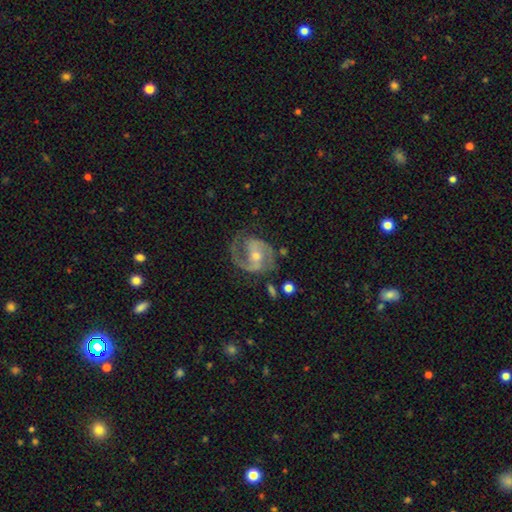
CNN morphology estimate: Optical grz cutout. It shows a featured or disk galaxy (88%) with a weak bar (43%), 2 (82%) medium (55%) spiral arms (96%) and a small central bulge (49%). Merging: none (66%).